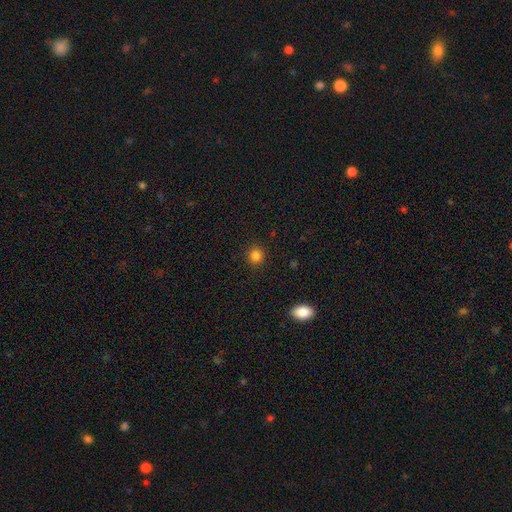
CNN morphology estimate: This appears to be a smooth galaxy with no disk features (84%) that is round (89%). Merging: none (91%).